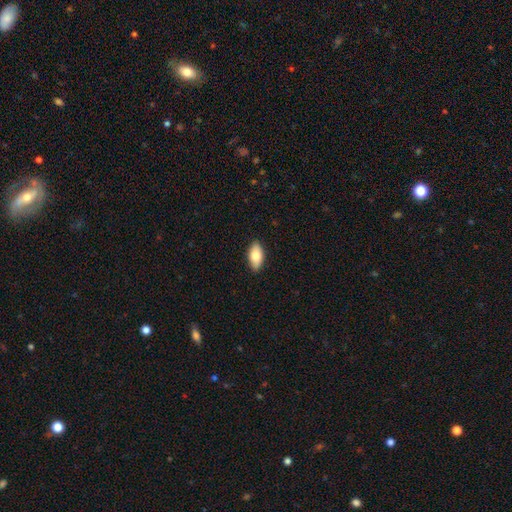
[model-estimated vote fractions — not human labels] A smooth galaxy with no disk features (80%) that is in between round and cigar-shaped (90%).

Vote fractions:
- Smooth or featured? smooth: 80% / featured or disk: 14% / star or artifact: 6%
- How rounded? in between: 90% / cigar-shaped: 7% / round: 3%
- Merging? none: 89% / minor disturbance: 8% / major disturbance: 2% / merger: 1%